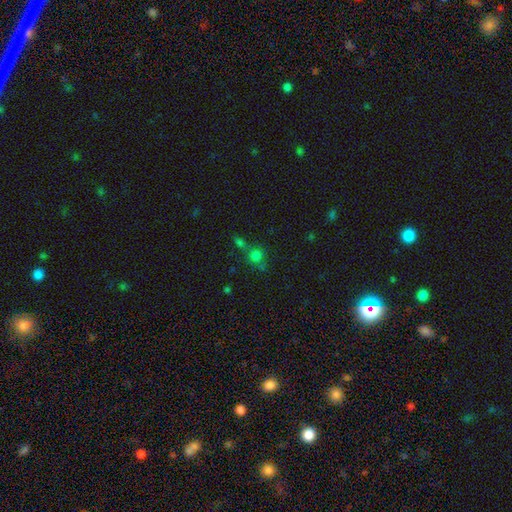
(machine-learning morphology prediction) smooth-or-featured: smooth: 70% | star or artifact: 21% | featured or disk: 9%
  how-rounded: round: 82% | in between: 16% | cigar-shaped: 1%
  merging: none: 50% | merger: 31% | minor disturbance: 12% | major disturbance: 7%